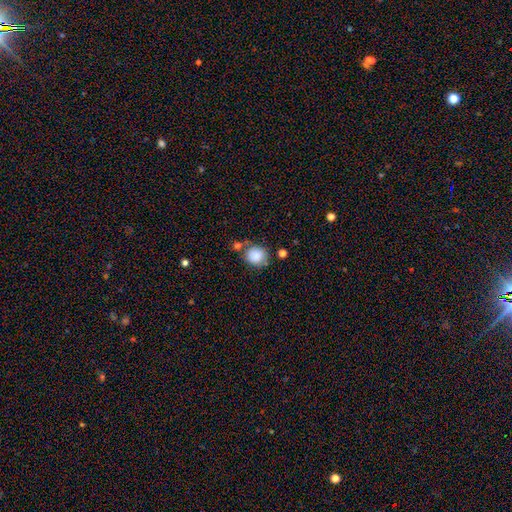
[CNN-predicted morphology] This appears to be a smooth galaxy with no disk features (85%) that is round (78%). Merging: none (65%).